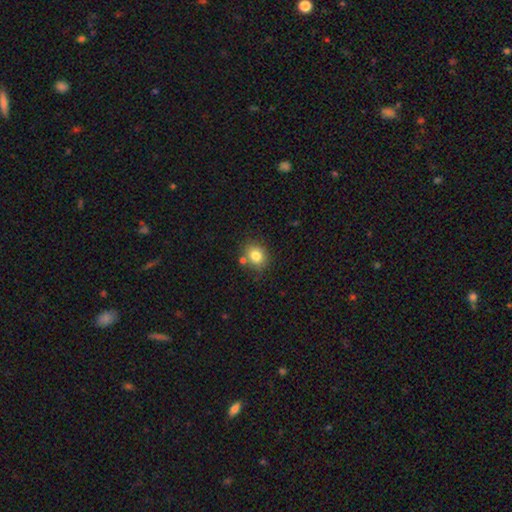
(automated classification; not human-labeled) Q: Smooth or featured?
A: smooth (82%); runner-up: star or artifact (10%)
Q: How rounded?
A: round (61%); runner-up: in between (38%)
Q: Merging?
A: none (71%); runner-up: minor disturbance (14%)